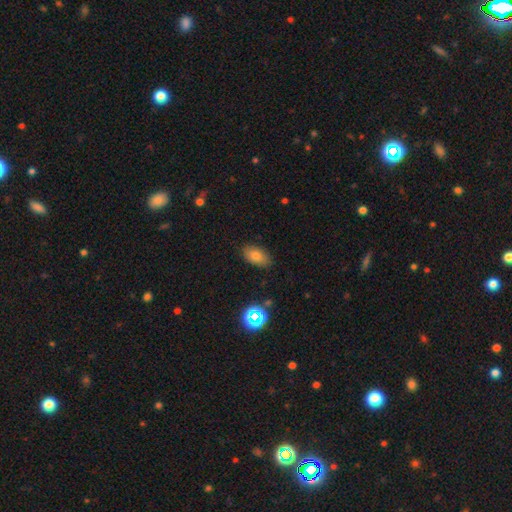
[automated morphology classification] A smooth galaxy with no disk features (77%) that is in between round and cigar-shaped (90%). Merging: none (84%).